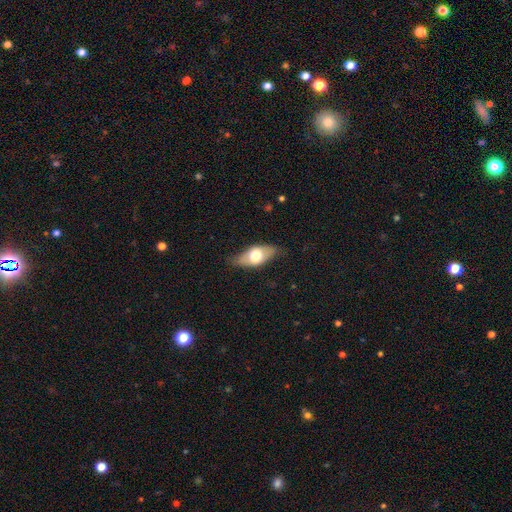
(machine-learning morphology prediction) Smooth or featured?
  - smooth: 56% *
  - featured or disk: 38%
  - star or artifact: 6%
How rounded?
  - in between: 84% *
  - cigar-shaped: 11%
  - round: 6%
Merging?
  - none: 77% *
  - minor disturbance: 18%
  - major disturbance: 4%
  - merger: 1%